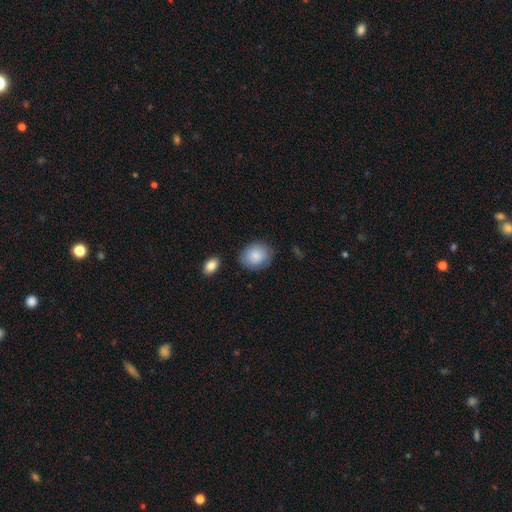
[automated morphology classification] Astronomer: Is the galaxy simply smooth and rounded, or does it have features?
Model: smooth — 85%.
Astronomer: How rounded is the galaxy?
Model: round — 59% (runner-up: in between, 40%).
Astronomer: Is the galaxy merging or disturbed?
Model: none — 77%.